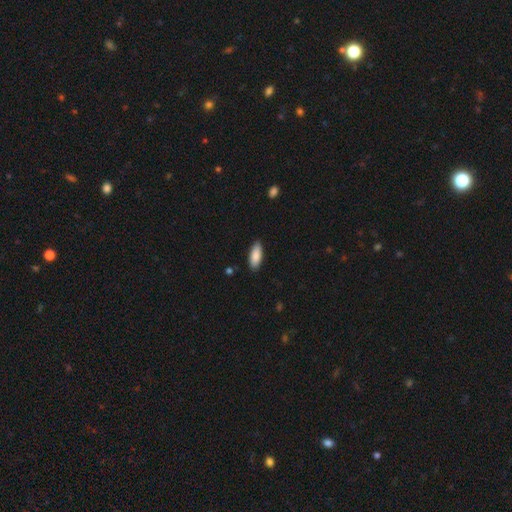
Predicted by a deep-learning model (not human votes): Smooth or featured? smooth (88%)
How rounded? in between (79%)
Merging? none (88%)